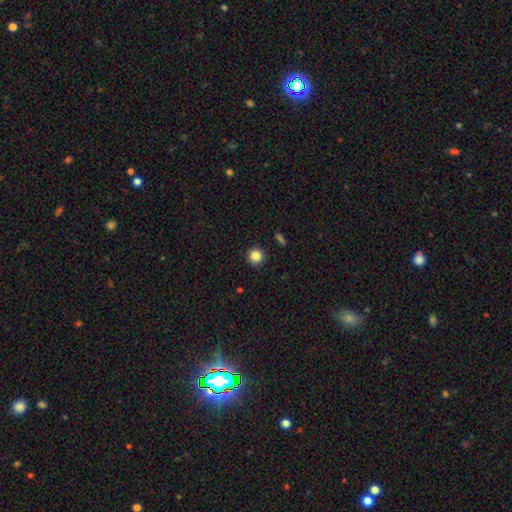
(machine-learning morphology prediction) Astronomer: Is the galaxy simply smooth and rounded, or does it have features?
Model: smooth — 85%.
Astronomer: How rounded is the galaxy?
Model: round — 95%.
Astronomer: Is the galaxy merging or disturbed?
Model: none — 92%.